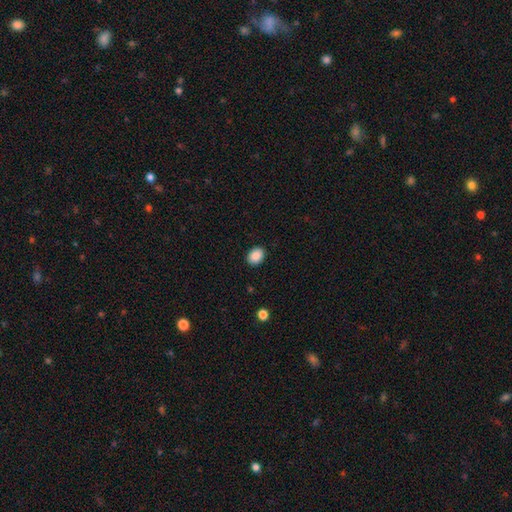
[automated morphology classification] This appears to be a smooth galaxy with no disk features (89%) that is in between round and cigar-shaped (64%). Merging: none (90%).